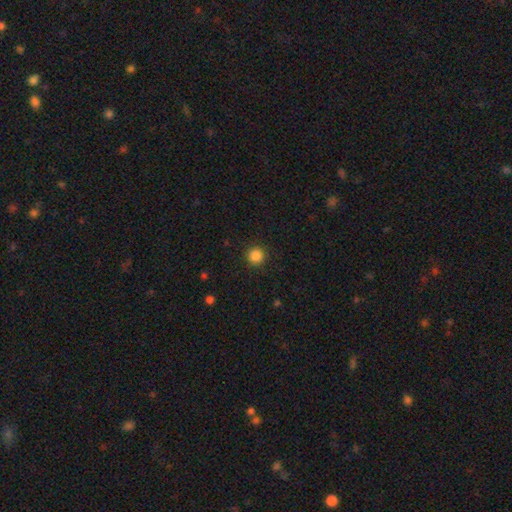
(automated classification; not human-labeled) This appears to be a smooth galaxy with no disk features (86%) that is round (95%). Merging: none (91%).